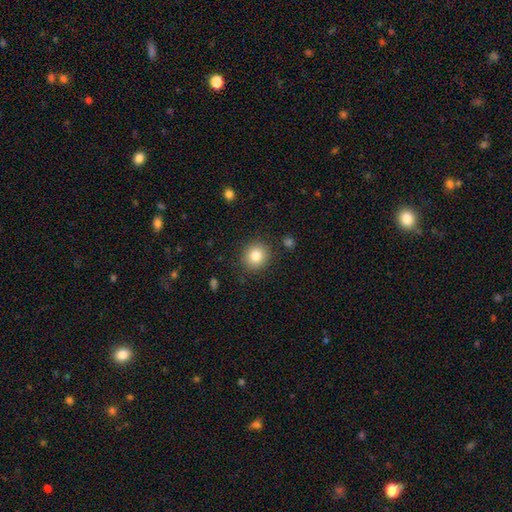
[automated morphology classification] A smooth galaxy with no disk features (82%) that is round (87%). Merging: none (89%).